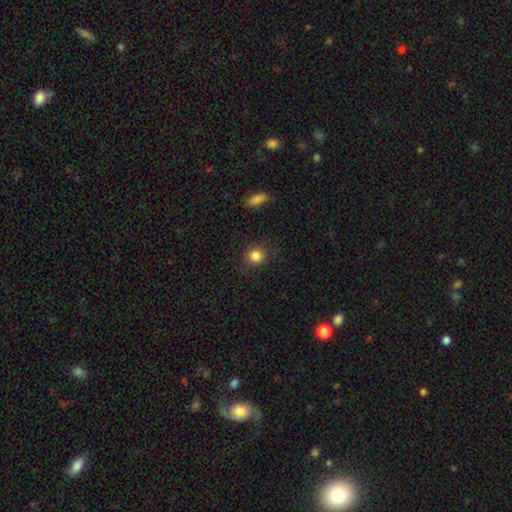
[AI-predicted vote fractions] Smooth or featured? smooth (85%)
How rounded? round (87%)
Merging? none (85%)